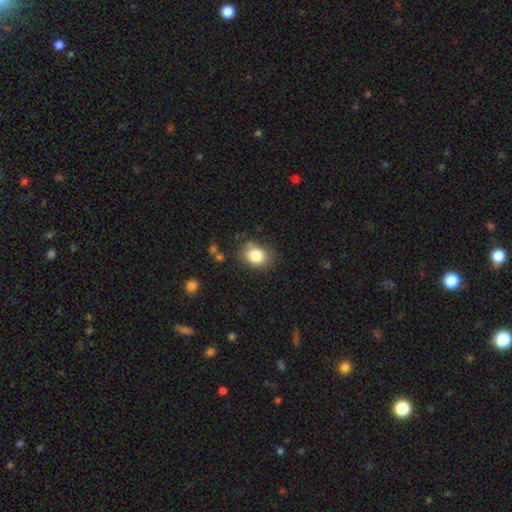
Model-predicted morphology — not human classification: Q: Smooth or featured?
A: smooth (83%); runner-up: star or artifact (10%)
Q: How rounded?
A: round (57%); runner-up: in between (42%)
Q: Merging?
A: none (76%); runner-up: minor disturbance (16%)